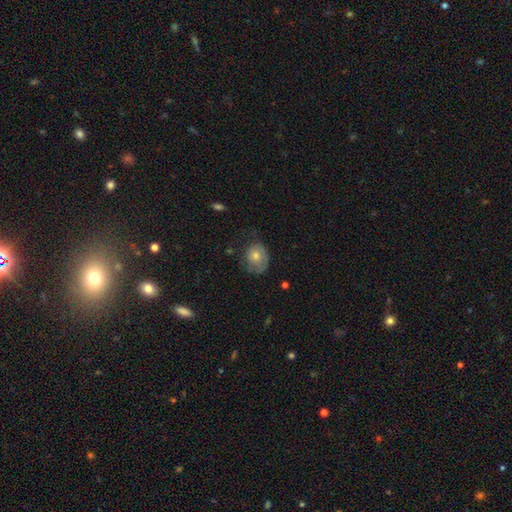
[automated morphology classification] Overall: smooth (55%; featured or disk 35%). How rounded: round (53%; in between 46%). Merging: none (55%; minor disturbance 30%).